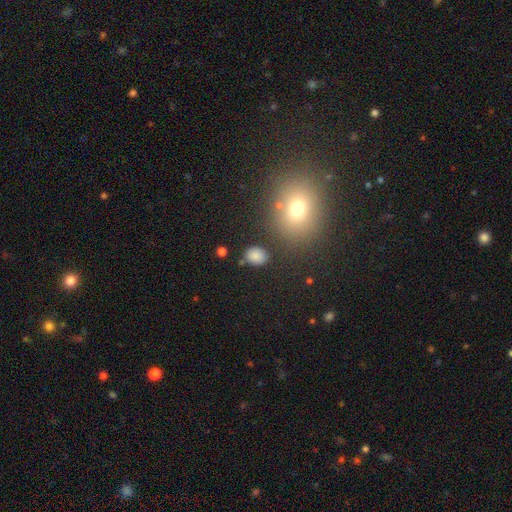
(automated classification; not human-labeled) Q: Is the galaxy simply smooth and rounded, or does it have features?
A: smooth — 83%.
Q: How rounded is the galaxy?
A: in between — 50%.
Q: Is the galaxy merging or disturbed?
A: none — 80%.